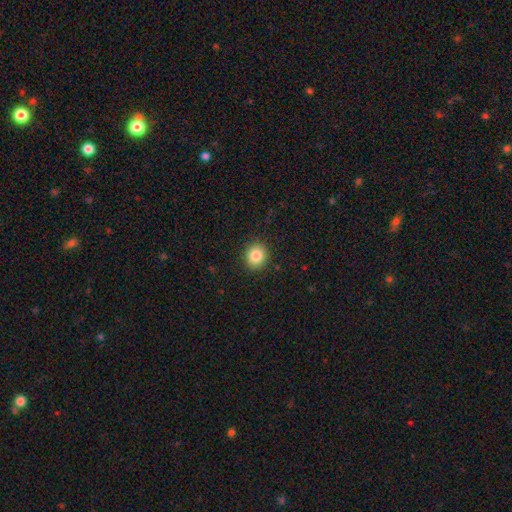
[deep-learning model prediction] smooth 85%, star or artifact 10%, featured or disk 5%. Down the decision tree: how rounded — round (77%); merging — none (90%).